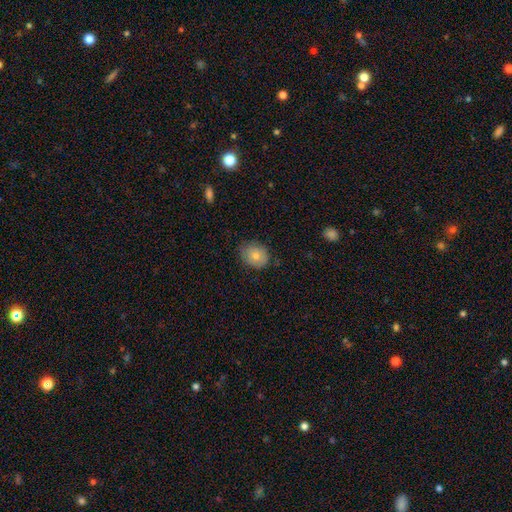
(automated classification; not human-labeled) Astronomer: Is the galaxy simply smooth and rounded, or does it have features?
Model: smooth — 78%.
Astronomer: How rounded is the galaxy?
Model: round — 60% (runner-up: in between, 39%).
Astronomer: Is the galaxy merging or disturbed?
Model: none — 76%.